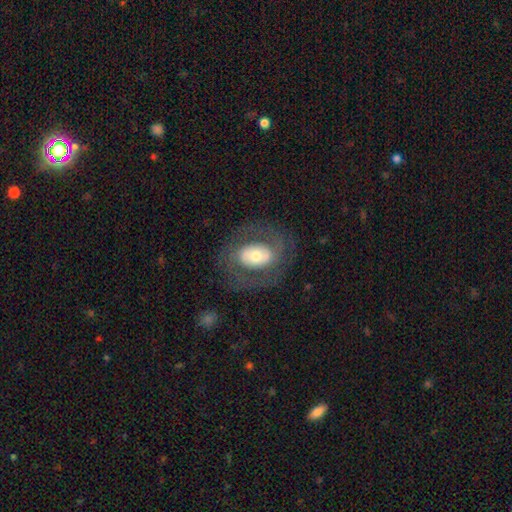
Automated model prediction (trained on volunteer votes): The model was most divided on "spiral arms": yes: 58%, no: 42%. More confident: edge-on disk — no (95%); merging — none (73%); smooth or featured — featured or disk (63%); bulge size — moderate (55%); bar — no (54%).